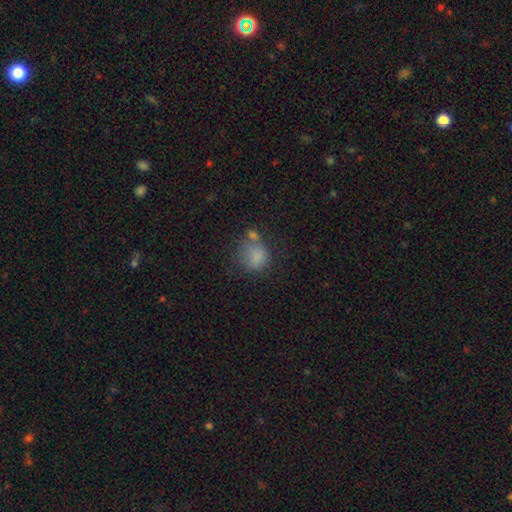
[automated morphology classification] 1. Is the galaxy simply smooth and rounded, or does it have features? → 78% smooth, 12% star or artifact, 10% featured or disk.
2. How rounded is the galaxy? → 70% round, 29% in between, 1% cigar-shaped.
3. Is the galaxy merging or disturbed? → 46% none, 21% minor disturbance, 19% merger, 14% major disturbance.